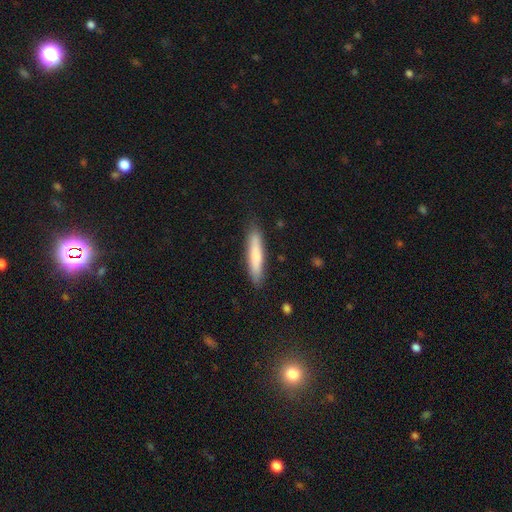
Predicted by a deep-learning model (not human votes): A smooth galaxy with no disk features (69%) that is cigar-shaped (87%). Merging: none (86%).